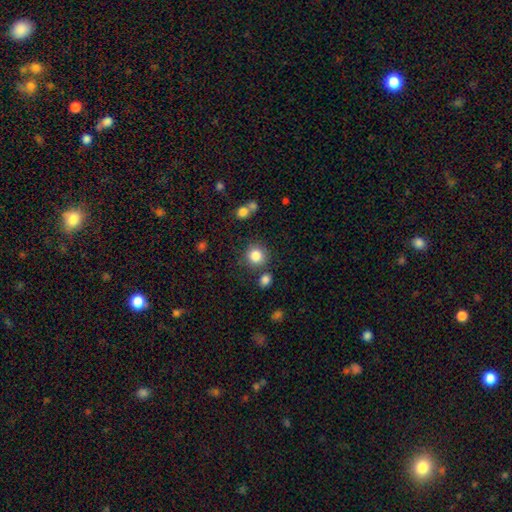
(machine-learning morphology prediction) type=smooth (84%); roundness=round (89%); merging=none (78%).